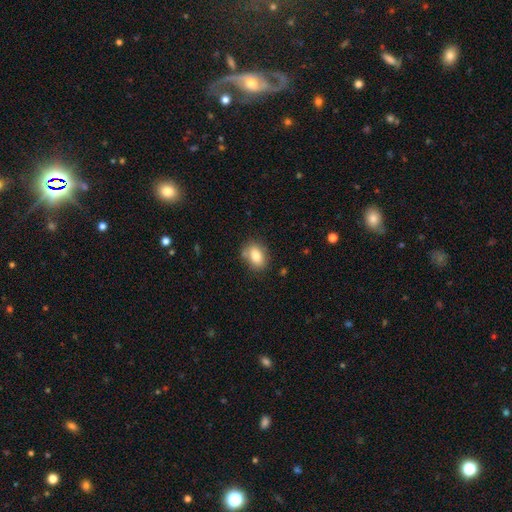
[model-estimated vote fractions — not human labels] A smooth galaxy with no disk features (82%) that is in between round and cigar-shaped (77%). Merging: none (76%).